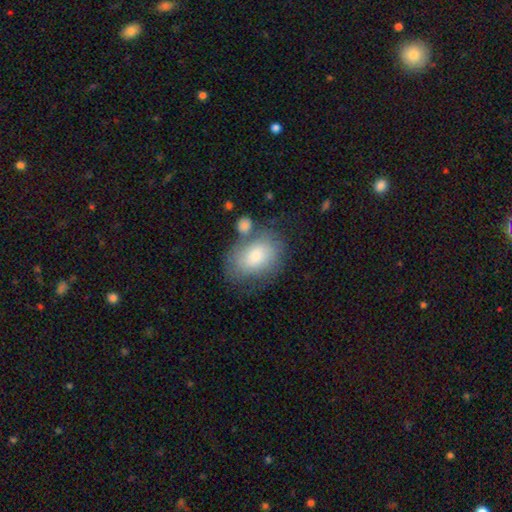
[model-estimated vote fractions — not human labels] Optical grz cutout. It shows a smooth galaxy with no disk features (73%) that is in between round and cigar-shaped (79%). Merging: none (53%).